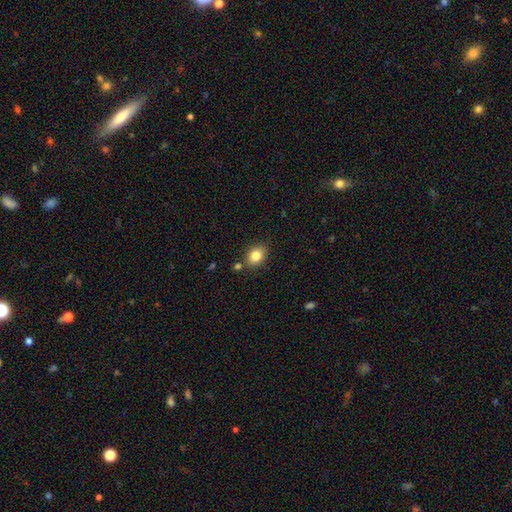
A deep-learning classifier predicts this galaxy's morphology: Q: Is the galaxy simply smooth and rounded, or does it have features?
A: smooth — 84%.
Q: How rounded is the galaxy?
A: in between — 56%.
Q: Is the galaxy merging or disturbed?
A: none — 81%.